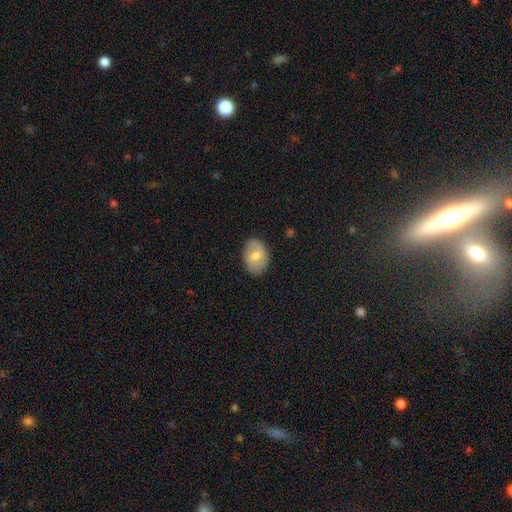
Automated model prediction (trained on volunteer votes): A smooth galaxy with no disk features (65%) that is in between round and cigar-shaped (75%). Merging: none (84%).